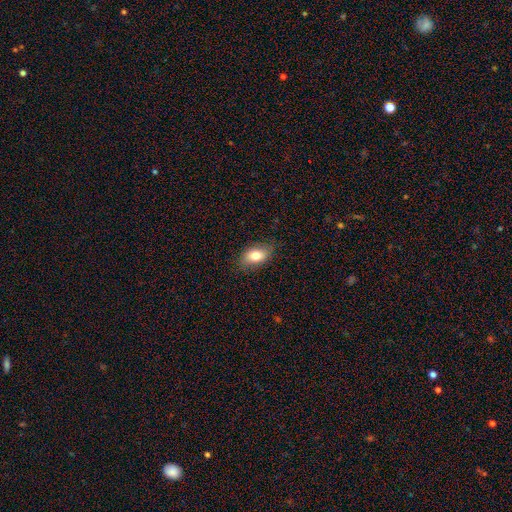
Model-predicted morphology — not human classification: type=smooth (78%); roundness=in between (88%); merging=none (80%).